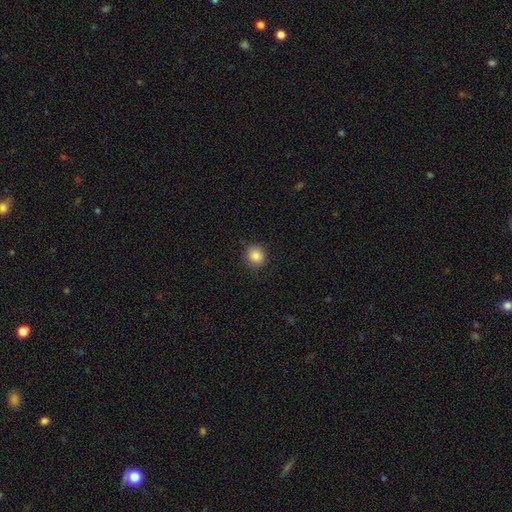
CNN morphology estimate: Smooth or featured: smooth — 87% (star or artifact — 10%)
How rounded: round — 88% (in between — 11%)
Merging: none — 86% (minor disturbance — 10%)